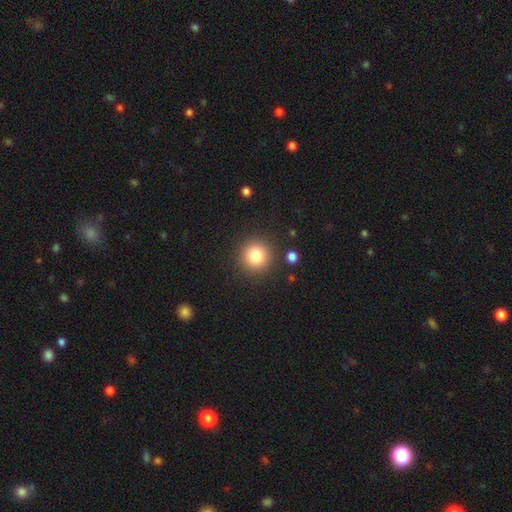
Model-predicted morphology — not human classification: The model was most divided on "smooth or featured": smooth: 82%, star or artifact: 11%, featured or disk: 7%. More confident: how rounded — round (94%); merging — none (88%).